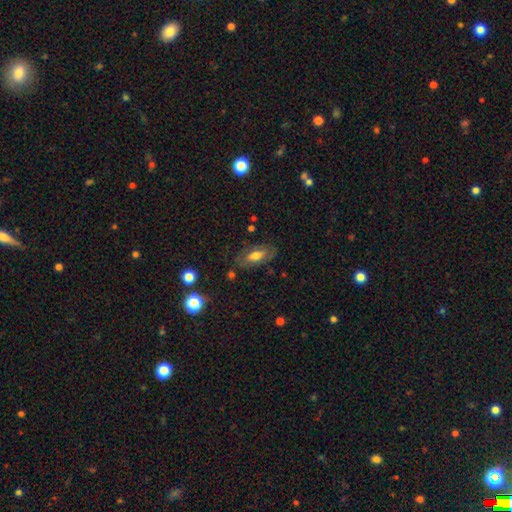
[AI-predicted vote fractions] smooth 54%, featured or disk 39%, star or artifact 8%. Down the decision tree: how rounded — in between (85%); merging — none (75%).